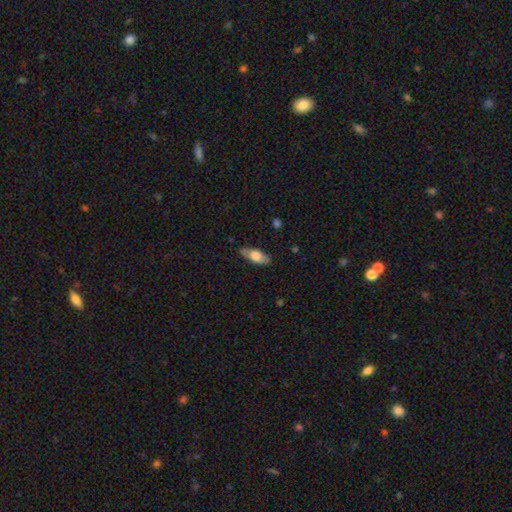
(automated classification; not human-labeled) A smooth galaxy with no disk features (67%) that is in between round and cigar-shaped (77%). Merging: none (77%).